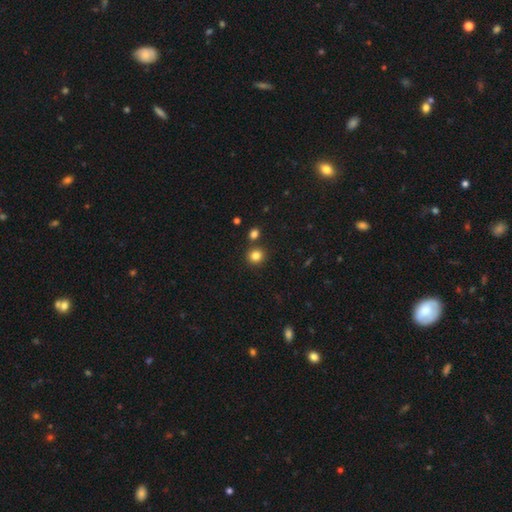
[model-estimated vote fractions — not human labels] A smooth galaxy with no disk features (83%) that is round (90%).

Vote fractions:
- Smooth or featured? smooth: 83% / star or artifact: 12% / featured or disk: 5%
- How rounded? round: 90% / in between: 10% / cigar-shaped: 1%
- Merging? none: 81% / merger: 9% / minor disturbance: 7% / major disturbance: 2%